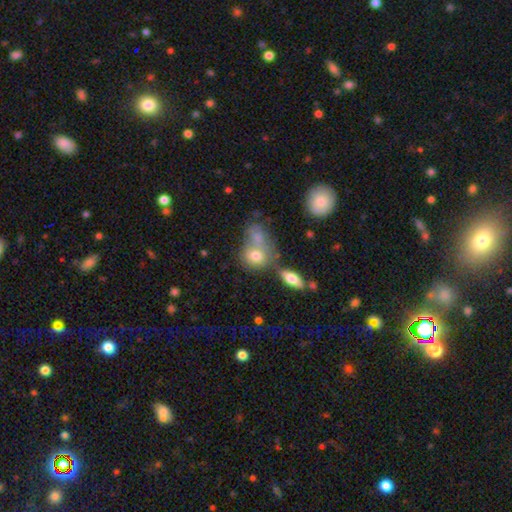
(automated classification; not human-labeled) smooth 74%, featured or disk 15%, star or artifact 11%. Down the decision tree: how rounded — round (57%); merging — merger (44%).